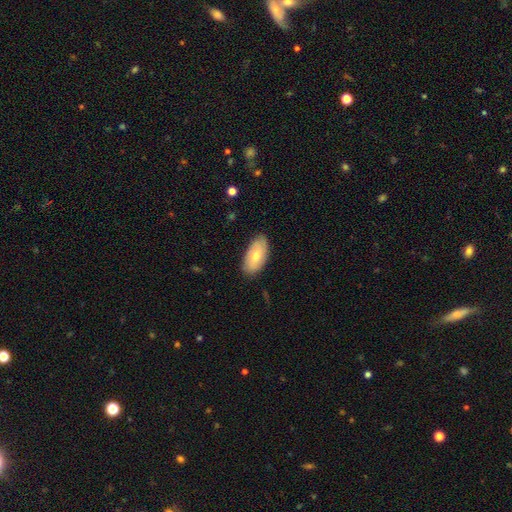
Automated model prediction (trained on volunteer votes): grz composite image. It shows a smooth galaxy with no disk features (70%) that is in between round and cigar-shaped (94%). Merging: none (82%).